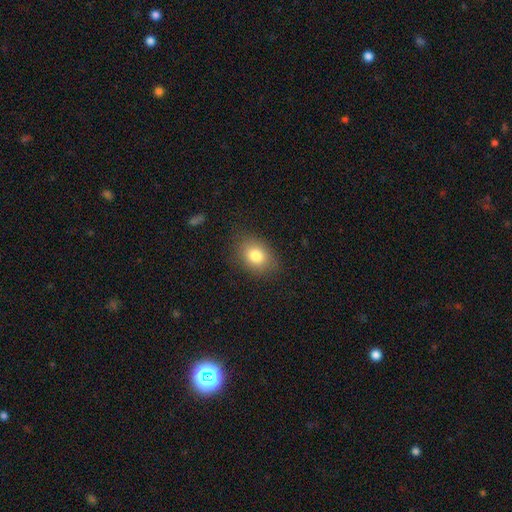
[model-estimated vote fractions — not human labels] Smooth or featured? smooth (80%)
How rounded? in between (69%)
Merging? none (82%)